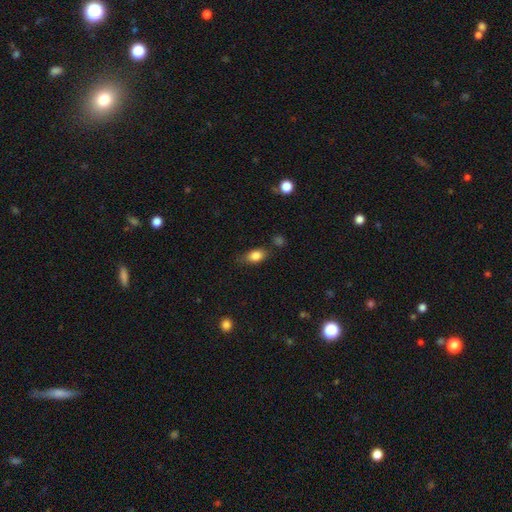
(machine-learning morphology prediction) The model was most divided on "merging": none: 71%, minor disturbance: 21%, major disturbance: 5%, merger: 4%. More confident: smooth or featured — smooth (83%); how rounded — in between (82%).